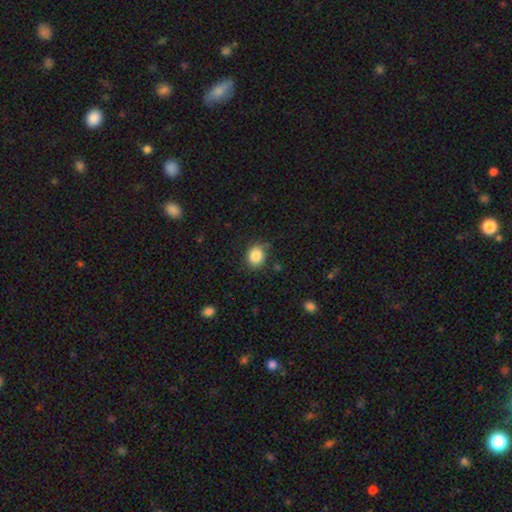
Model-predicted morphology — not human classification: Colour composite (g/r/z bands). It shows a smooth galaxy with no disk features (85%) that is round (60%). Merging: none (79%).